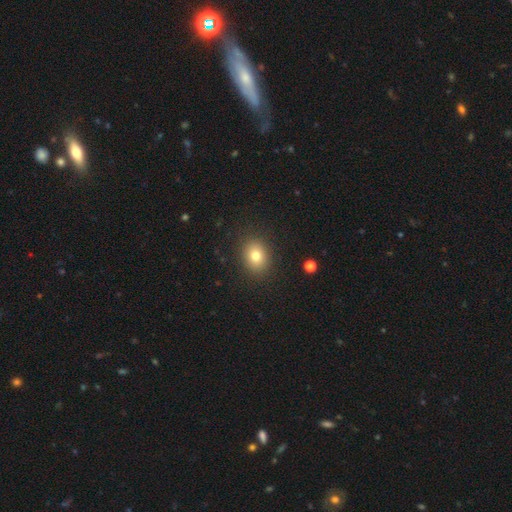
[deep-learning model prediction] smooth_or_featured: smooth (p=0.79) [alt: star or artifact p=0.11]
how_rounded: in between (p=0.52) [alt: round p=0.47]
merging: none (p=0.88) [alt: minor disturbance p=0.08]